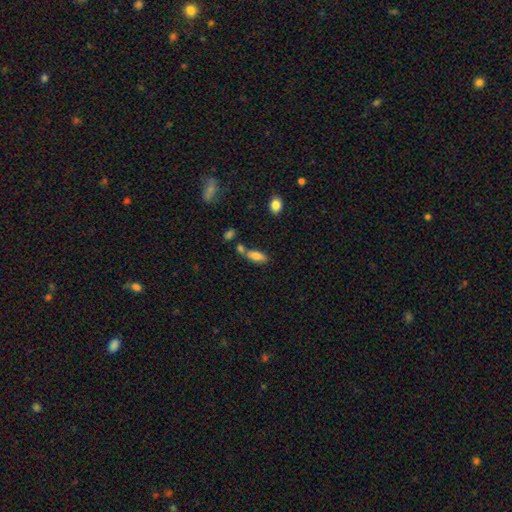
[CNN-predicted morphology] Smooth or featured: smooth — 80% (featured or disk — 12%)
How rounded: in between — 78% (cigar-shaped — 19%)
Merging: none — 56% (merger — 24%)